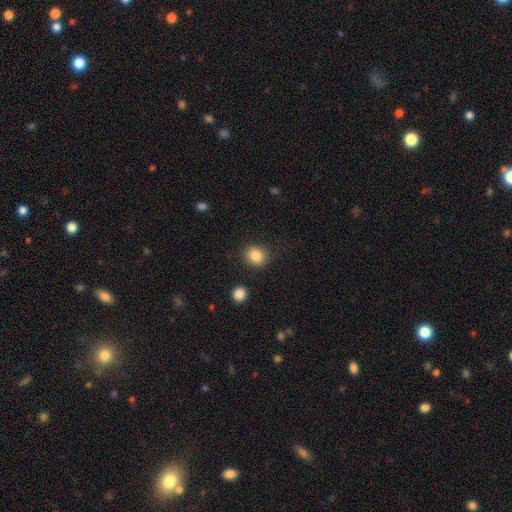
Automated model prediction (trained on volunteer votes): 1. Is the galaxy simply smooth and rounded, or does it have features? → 86% smooth, 9% star or artifact, 5% featured or disk.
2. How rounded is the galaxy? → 76% round, 23% in between, 1% cigar-shaped.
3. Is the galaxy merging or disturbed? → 87% none, 8% minor disturbance, 3% major disturbance, 2% merger.